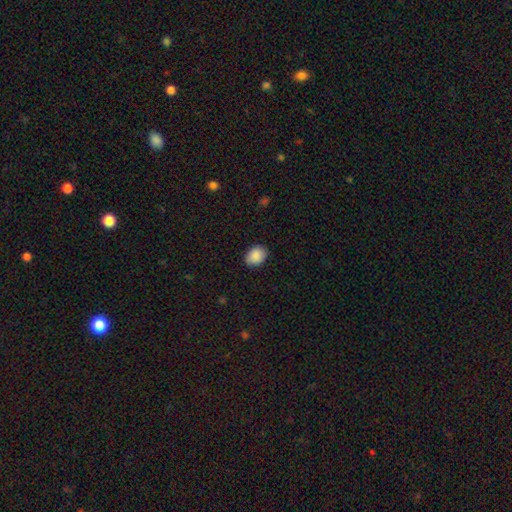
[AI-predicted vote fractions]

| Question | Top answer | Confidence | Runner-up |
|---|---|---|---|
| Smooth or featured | smooth | 89% | star or artifact (7%) |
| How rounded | in between | 64% | round (35%) |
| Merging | none | 87% | minor disturbance (10%) |